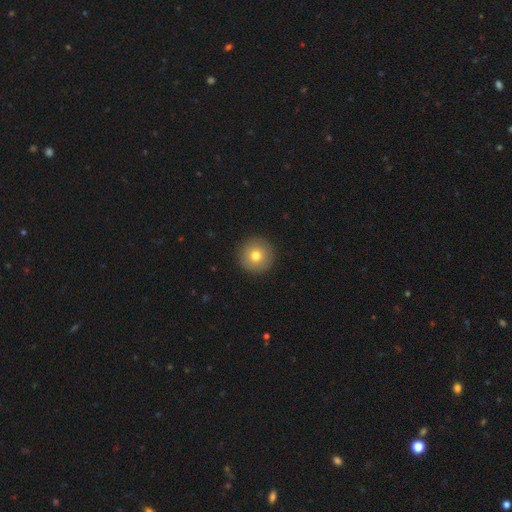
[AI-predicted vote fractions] A smooth galaxy with no disk features (76%) that is round (97%).

Vote fractions:
- Smooth or featured? smooth: 76% / featured or disk: 14% / star or artifact: 10%
- How rounded? round: 97% / in between: 3% / cigar-shaped: 1%
- Merging? none: 93% / minor disturbance: 5% / major disturbance: 2% / merger: 1%